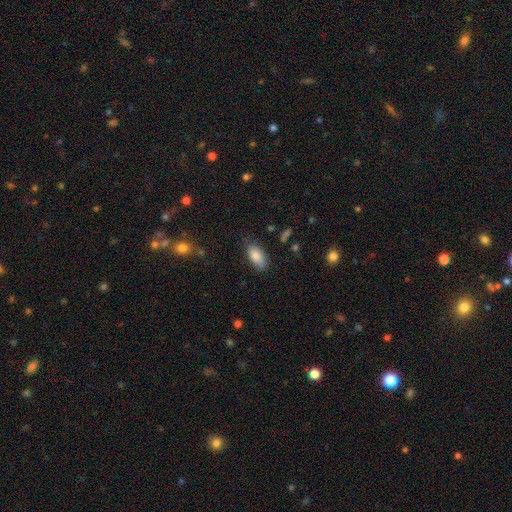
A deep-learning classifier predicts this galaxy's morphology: Overall: smooth (82%). How rounded: in between (90%). Merging: none (76%).